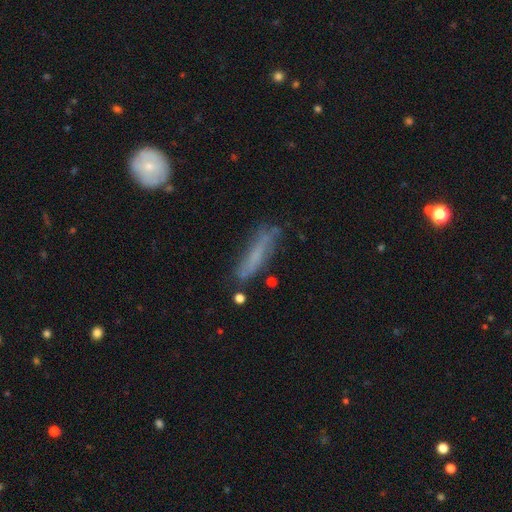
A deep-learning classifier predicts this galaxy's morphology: A smooth galaxy with no disk features (53%) that is cigar-shaped (80%).

Vote fractions:
- Smooth or featured? smooth: 53% / featured or disk: 36% / star or artifact: 11%
- How rounded? cigar-shaped: 80% / in between: 18% / round: 2%
- Merging? none: 65% / minor disturbance: 23% / major disturbance: 8% / merger: 4%